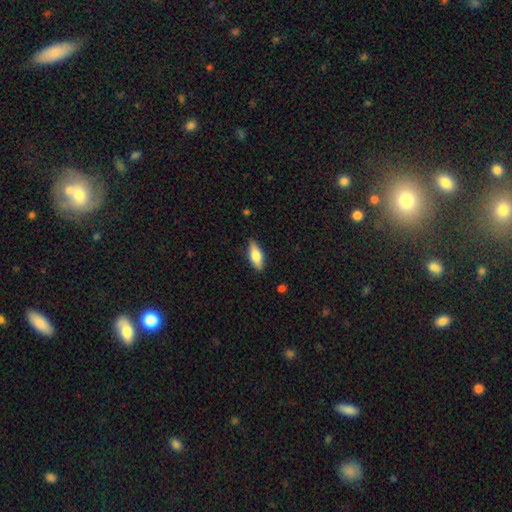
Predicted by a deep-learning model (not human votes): Morphology: type=smooth (70%); roundness=in between (74%); merging=none (85%).